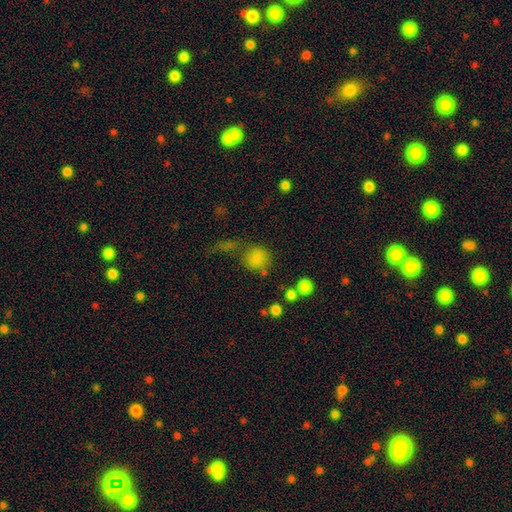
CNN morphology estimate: A smooth galaxy with no disk features (71%) that is round (77%). Merging: none (54%).